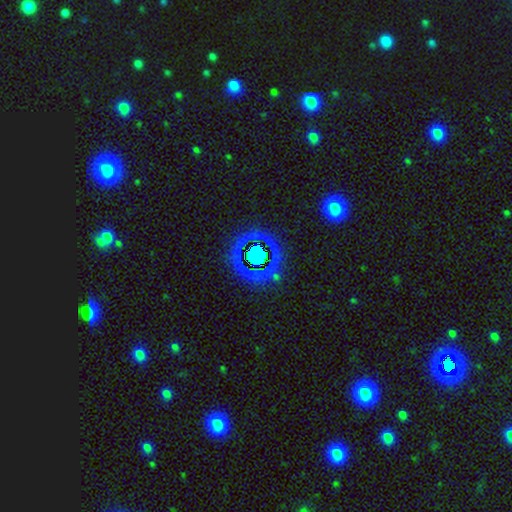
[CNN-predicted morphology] This is likely a star or artifact rather than a galaxy (62%).